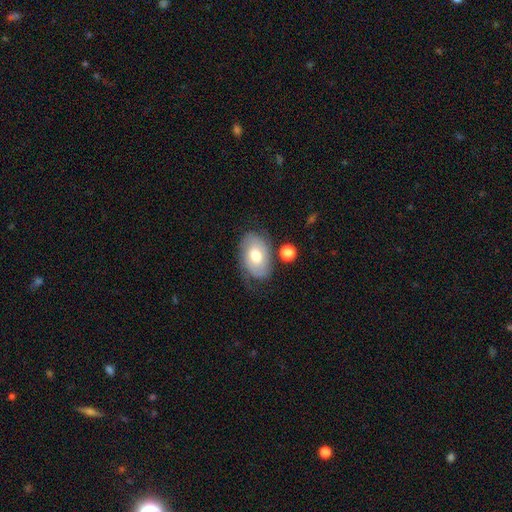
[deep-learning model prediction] The model was most divided on "smooth or featured": smooth: 48%, featured or disk: 45%, star or artifact: 7%. More confident: merging — none (62%).